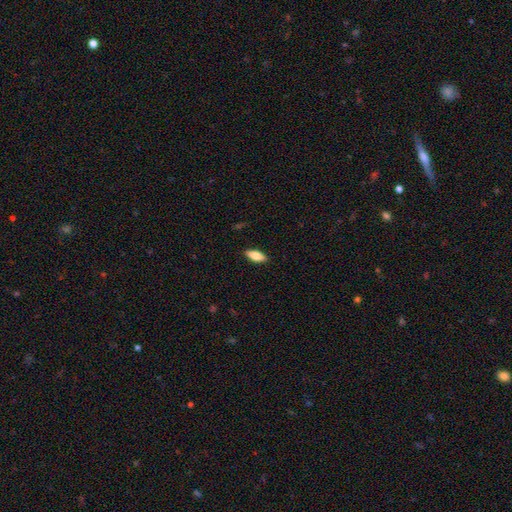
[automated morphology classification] Overall: smooth (75%). How rounded: in between (74%). Merging: none (89%).